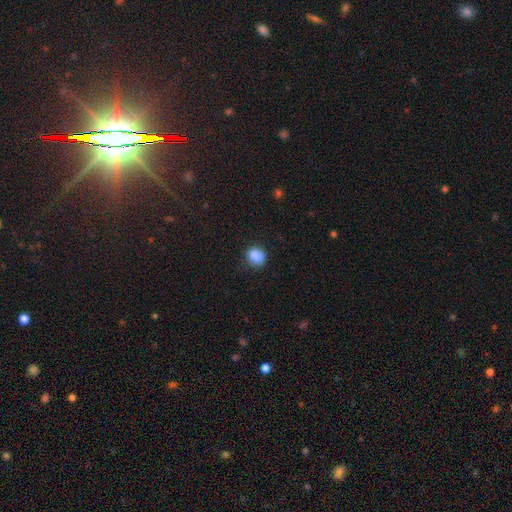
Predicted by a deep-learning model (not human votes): smooth_or_featured: smooth (p=0.86) [alt: star or artifact p=0.10]
how_rounded: round (p=0.62) [alt: in between p=0.37]
merging: none (p=0.71) [alt: minor disturbance p=0.22]